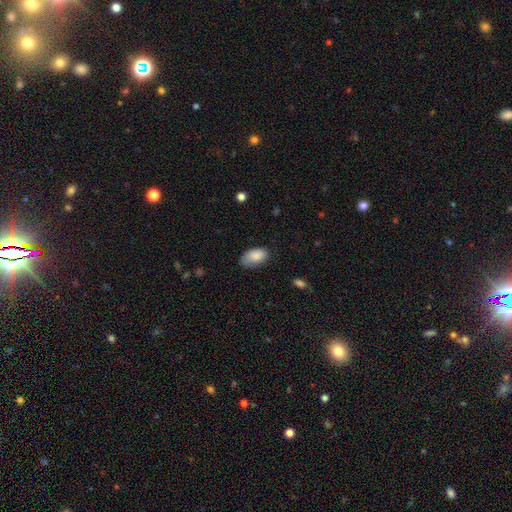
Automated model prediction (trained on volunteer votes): A smooth galaxy with no disk features (86%) that is in between round and cigar-shaped (94%). Merging: none (63%).